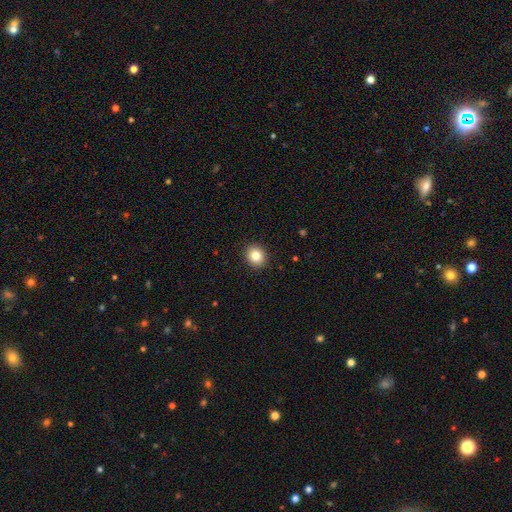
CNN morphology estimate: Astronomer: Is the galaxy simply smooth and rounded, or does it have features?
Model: smooth — 83%.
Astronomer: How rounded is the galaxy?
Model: round — 75%.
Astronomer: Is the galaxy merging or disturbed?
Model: none — 92%.